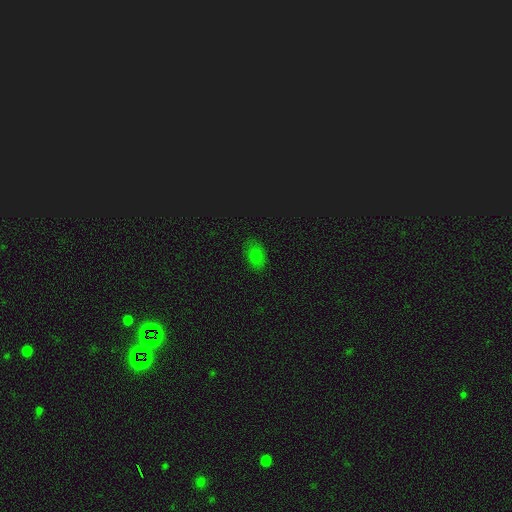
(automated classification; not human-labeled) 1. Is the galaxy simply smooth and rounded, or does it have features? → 73% smooth, 19% star or artifact, 8% featured or disk.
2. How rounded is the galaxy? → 83% in between, 15% round, 2% cigar-shaped.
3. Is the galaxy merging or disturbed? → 82% none, 14% minor disturbance, 3% major disturbance, 1% merger.